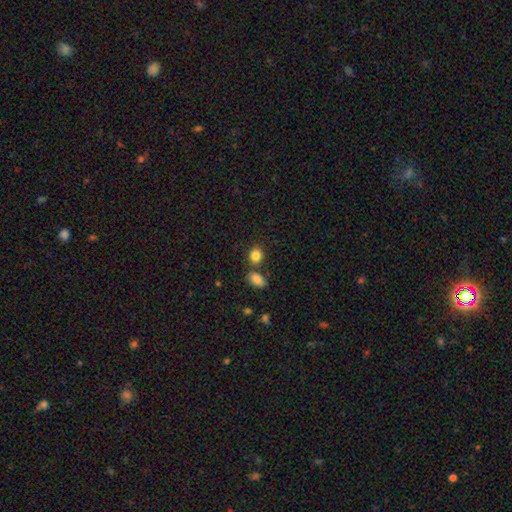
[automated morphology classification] smooth-or-featured: smooth: 85% | star or artifact: 10% | featured or disk: 6%
  how-rounded: round: 51% | in between: 47% | cigar-shaped: 1%
  merging: none: 68% | merger: 17% | minor disturbance: 11% | major disturbance: 3%